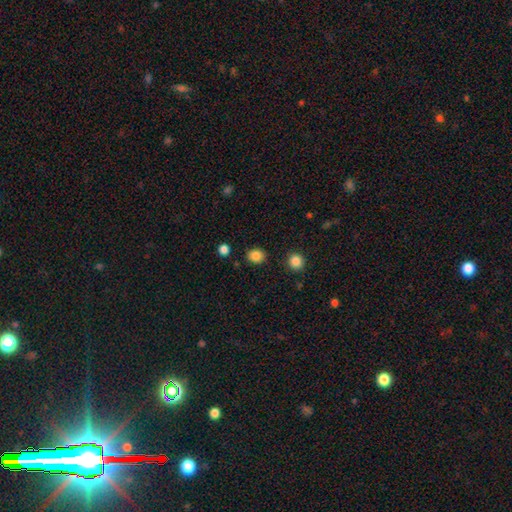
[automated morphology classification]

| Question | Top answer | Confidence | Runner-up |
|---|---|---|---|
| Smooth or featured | smooth | 86% | star or artifact (11%) |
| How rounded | round | 61% | in between (38%) |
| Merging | none | 86% | minor disturbance (9%) |